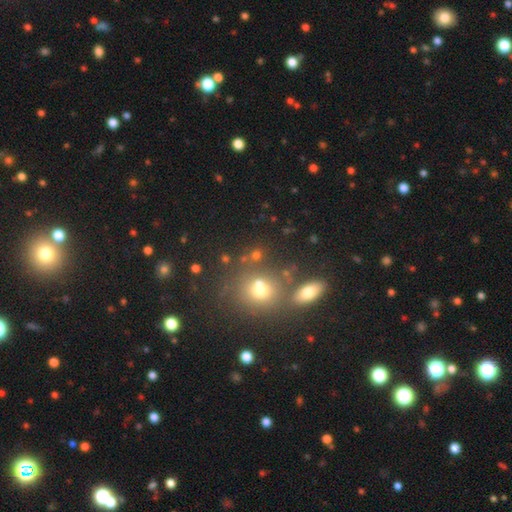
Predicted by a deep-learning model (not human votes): Morphology: type=smooth (63%); roundness=round (64%); merging=none (55%).